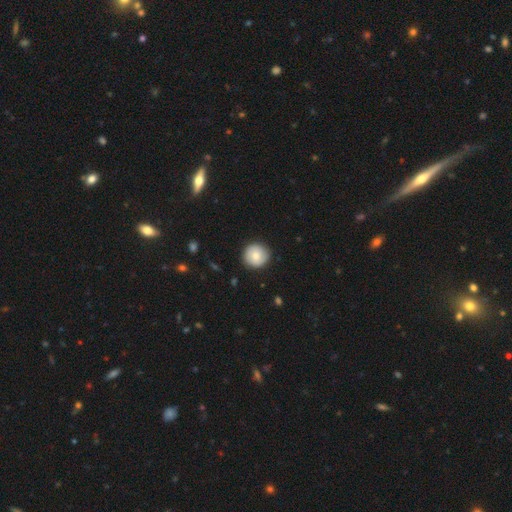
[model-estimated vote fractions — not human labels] A smooth galaxy with no disk features (77%) that is round (95%).

Vote fractions:
- Smooth or featured? smooth: 77% / featured or disk: 16% / star or artifact: 7%
- How rounded? round: 95% / in between: 4% / cigar-shaped: 1%
- Merging? none: 89% / minor disturbance: 8% / major disturbance: 2% / merger: 1%